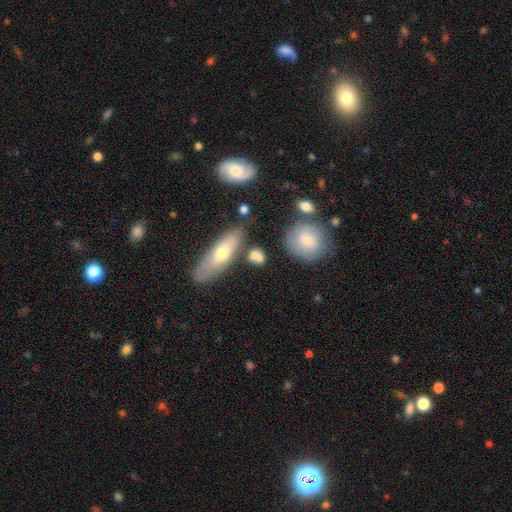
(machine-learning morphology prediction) type=smooth (65%); roundness=in between (49%); merging=none (66%).